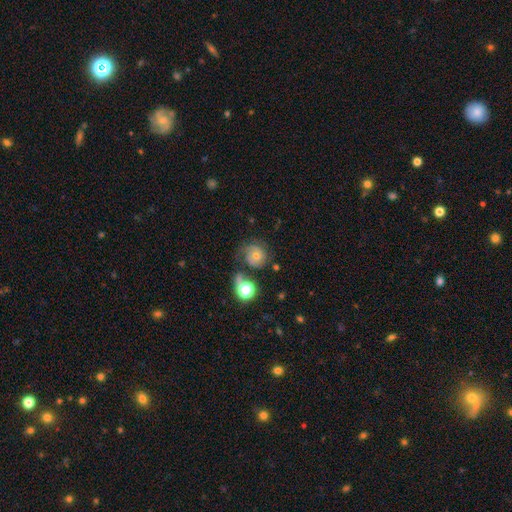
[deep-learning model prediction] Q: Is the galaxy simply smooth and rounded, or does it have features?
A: featured or disk — 59%.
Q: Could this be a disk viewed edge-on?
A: no — 97%.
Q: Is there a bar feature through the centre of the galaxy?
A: no — 80%.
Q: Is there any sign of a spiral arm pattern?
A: yes — 88%.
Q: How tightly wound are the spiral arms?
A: tight — 49%.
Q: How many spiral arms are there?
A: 2 — 43%.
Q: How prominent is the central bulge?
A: moderate — 51%.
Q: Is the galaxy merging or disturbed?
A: none — 55%.